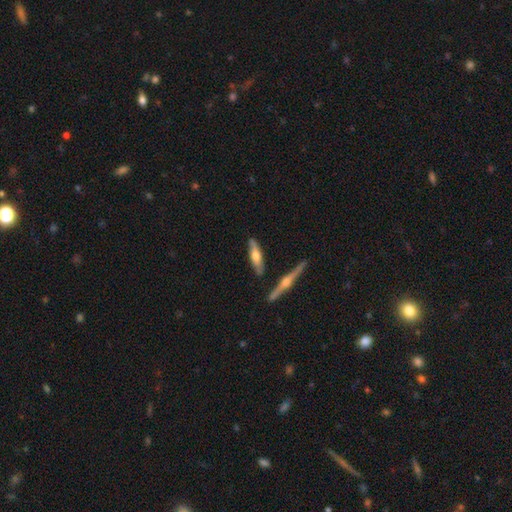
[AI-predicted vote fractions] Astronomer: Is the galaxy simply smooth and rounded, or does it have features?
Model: featured or disk — 51% (runner-up: smooth, 43%).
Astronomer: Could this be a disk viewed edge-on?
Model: yes — 91%.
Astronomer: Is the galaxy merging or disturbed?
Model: none — 79%.